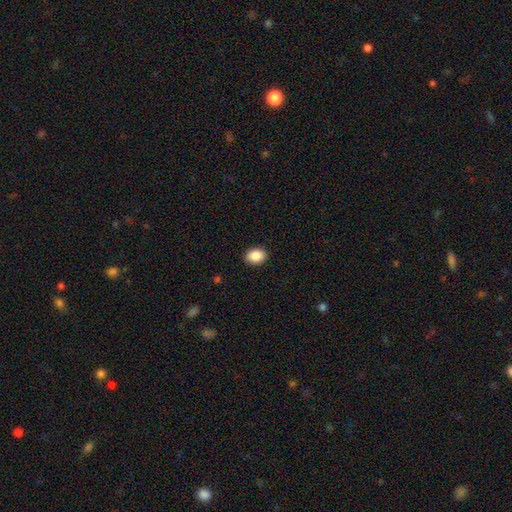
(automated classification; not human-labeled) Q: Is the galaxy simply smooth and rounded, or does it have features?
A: smooth — 89%.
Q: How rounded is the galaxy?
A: in between — 73%.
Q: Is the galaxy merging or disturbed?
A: none — 89%.